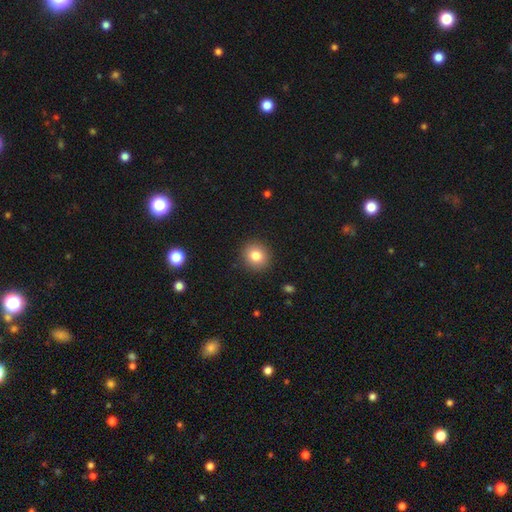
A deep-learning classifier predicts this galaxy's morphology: type=smooth (82%); roundness=round (88%); merging=none (91%).